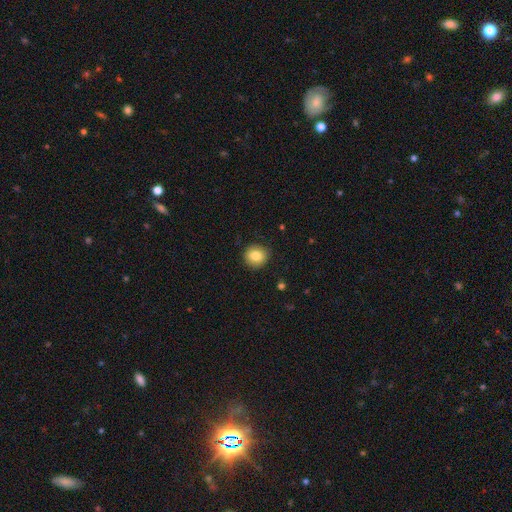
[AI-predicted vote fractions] Smooth or featured: smooth — 83% (star or artifact — 9%)
How rounded: round — 88% (in between — 11%)
Merging: none — 88% (minor disturbance — 9%)